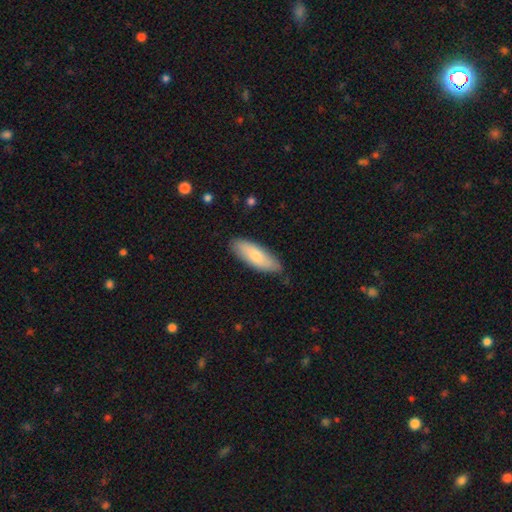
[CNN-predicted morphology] Smooth or featured? Predicted: smooth (p=0.75). How rounded? Predicted: in between (p=0.61). Merging? Predicted: none (p=0.82).